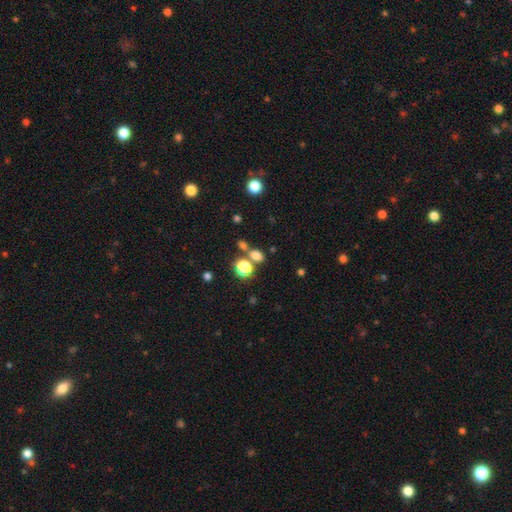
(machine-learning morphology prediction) The model was most divided on "how rounded": in between: 61%, round: 36%, cigar-shaped: 2%. More confident: smooth or featured — smooth (73%); merging — none (60%).